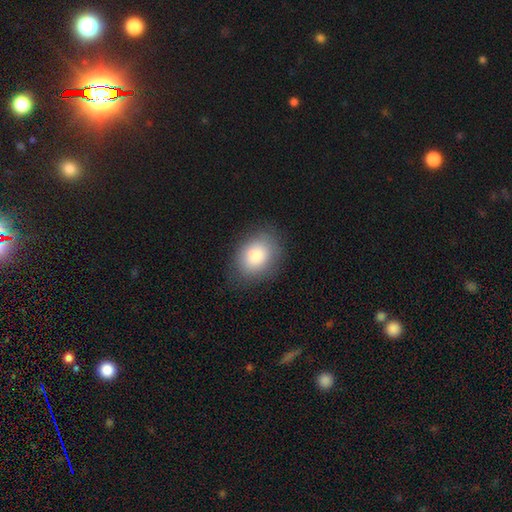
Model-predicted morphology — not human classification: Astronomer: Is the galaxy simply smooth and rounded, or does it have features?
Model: smooth — 84%.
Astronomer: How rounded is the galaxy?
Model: in between — 65%.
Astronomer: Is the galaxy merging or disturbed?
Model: none — 80%.